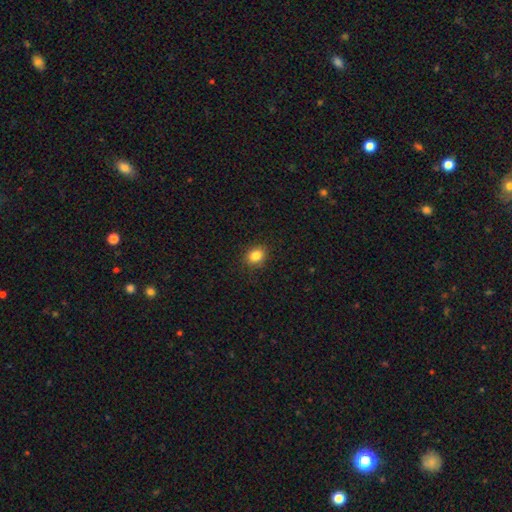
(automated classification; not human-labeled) Smooth or featured: smooth — 84% (star or artifact — 11%)
How rounded: round — 52% (in between — 47%)
Merging: none — 89% (minor disturbance — 8%)